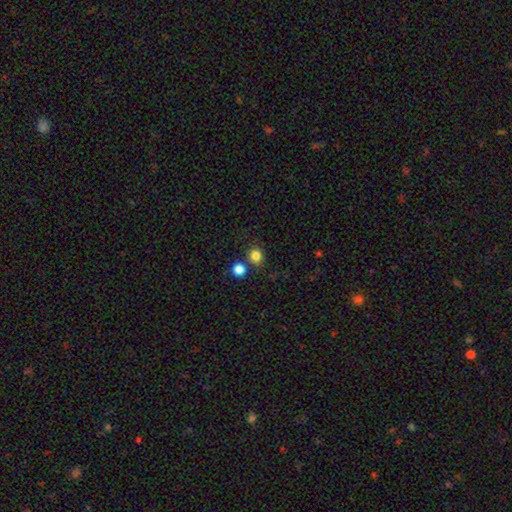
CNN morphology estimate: smooth-or-featured: smooth: 82% | star or artifact: 13% | featured or disk: 5%
  how-rounded: round: 85% | in between: 14% | cigar-shaped: 1%
  merging: none: 75% | merger: 13% | minor disturbance: 8% | major disturbance: 3%